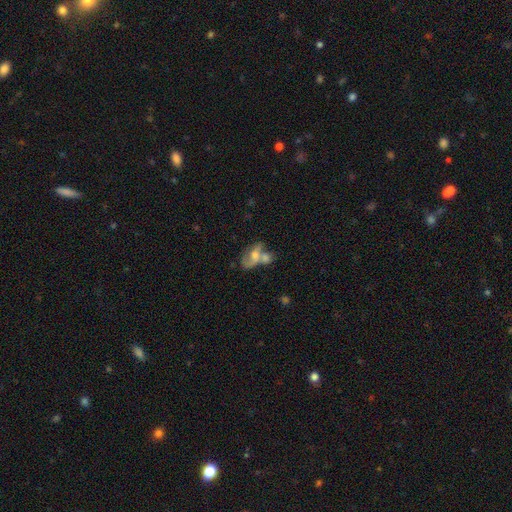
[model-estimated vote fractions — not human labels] The model was most divided on "smooth or featured": featured or disk: 57%, smooth: 32%, star or artifact: 11%. More confident: edge-on disk — no (93%); spiral arms — yes (66%); bar — no (63%); merging — merger (53%); bulge size — moderate (52%).